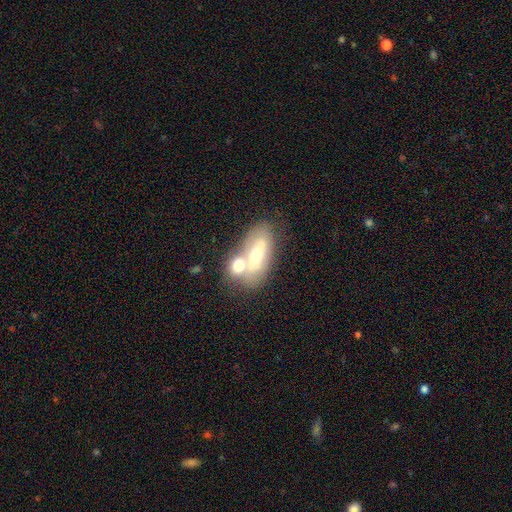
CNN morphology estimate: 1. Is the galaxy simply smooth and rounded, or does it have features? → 47% featured or disk, 42% smooth, 11% star or artifact.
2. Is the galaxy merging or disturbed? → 51% merger, 33% none, 10% minor disturbance, 6% major disturbance.